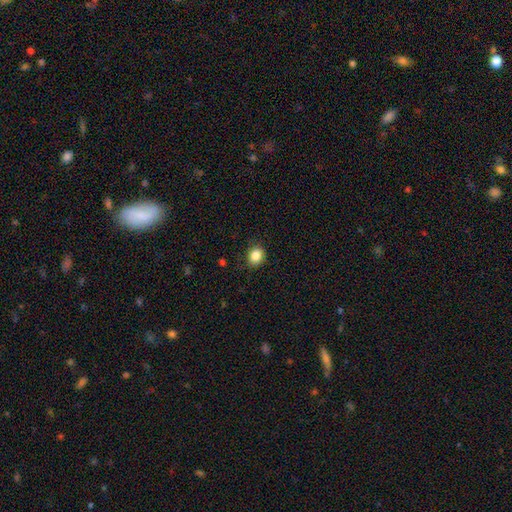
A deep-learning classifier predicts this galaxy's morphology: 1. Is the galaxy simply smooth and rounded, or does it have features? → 86% smooth, 10% star or artifact, 4% featured or disk.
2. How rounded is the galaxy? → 64% round, 36% in between, 1% cigar-shaped.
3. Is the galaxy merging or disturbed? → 81% none, 15% minor disturbance, 3% major disturbance, 1% merger.